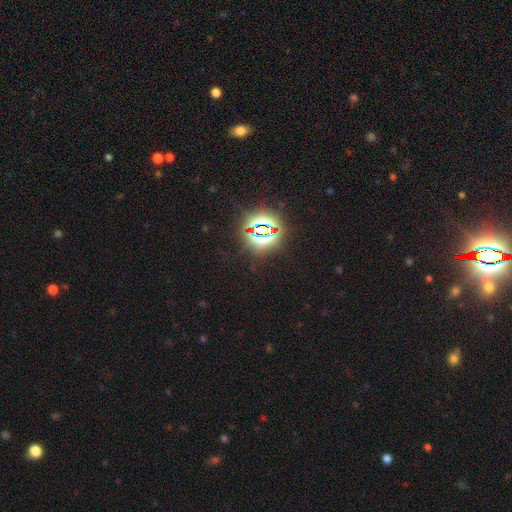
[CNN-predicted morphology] A star or artifact, not a galaxy (82%).